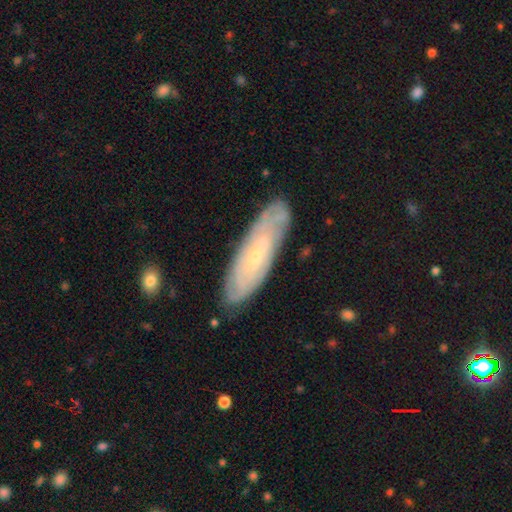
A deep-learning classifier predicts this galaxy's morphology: A featured or disk galaxy (67%) with no bar (62%), spiral arms (83%) and a small central bulge (80%). Merging: none (83%).